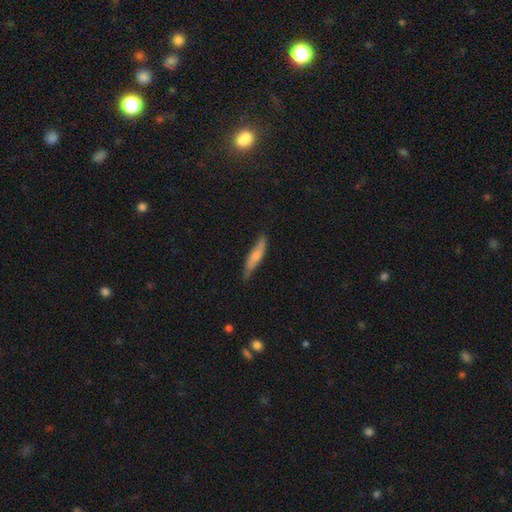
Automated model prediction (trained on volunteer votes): Q: Smooth or featured?
A: smooth (63%); runner-up: featured or disk (32%)
Q: How rounded?
A: cigar-shaped (80%); runner-up: in between (18%)
Q: Merging?
A: none (74%); runner-up: minor disturbance (21%)